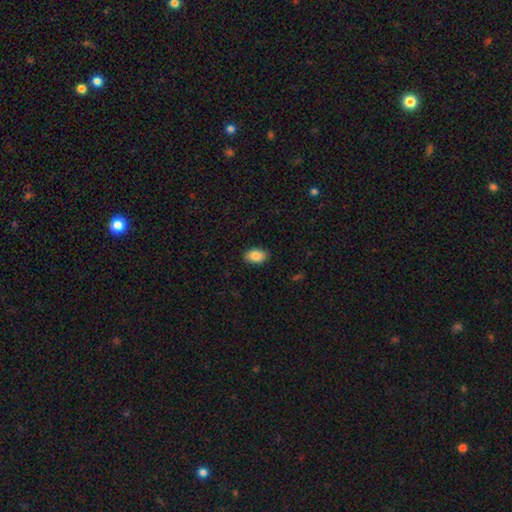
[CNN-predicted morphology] A smooth galaxy with no disk features (86%) that is in between round and cigar-shaped (91%). Merging: none (89%).